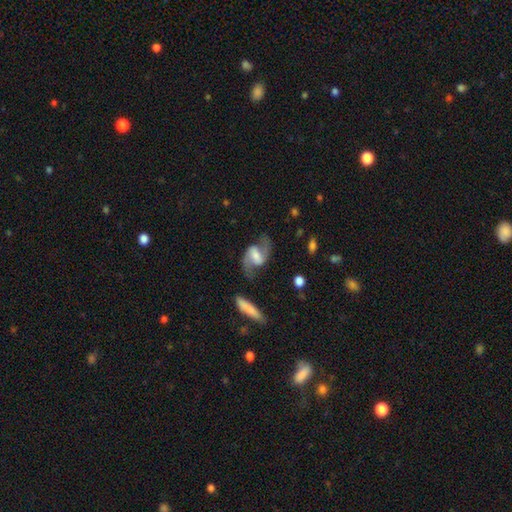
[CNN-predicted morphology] A featured or disk galaxy (85%) with a weak bar (43%), 2 (93%) loose (46%) spiral arms (95%) and a moderate central bulge (38%). Merging: none (74%).